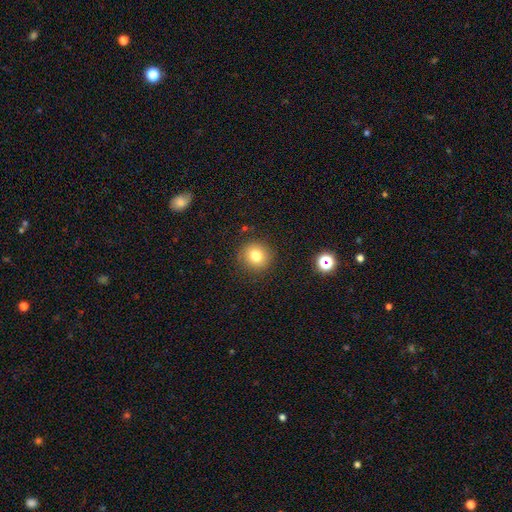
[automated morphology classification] Overall: smooth (77%). How rounded: round (92%). Merging: none (88%).